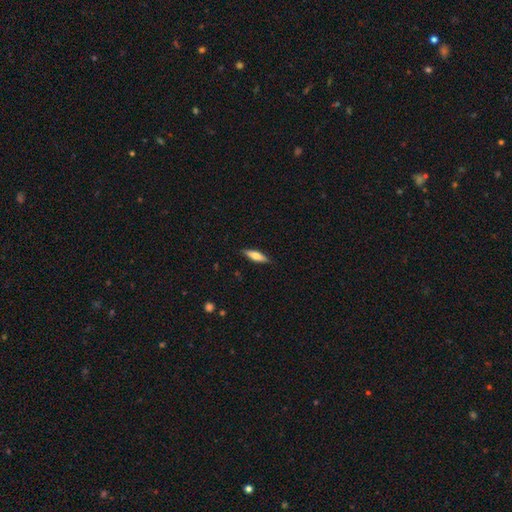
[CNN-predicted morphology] Overall: smooth (62%; featured or disk 32%). How rounded: cigar-shaped (57%; in between 40%). Merging: none (87%).